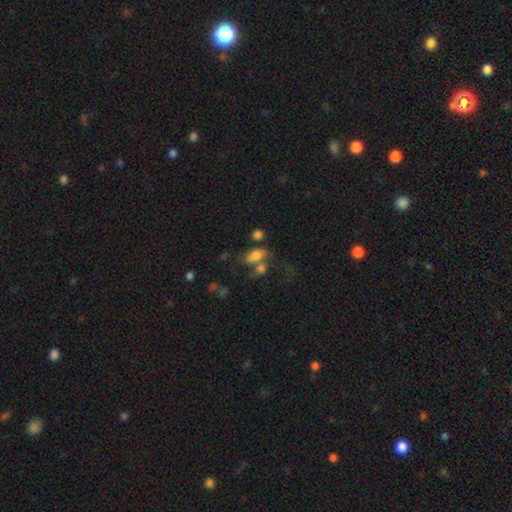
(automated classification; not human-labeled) Smooth or featured? Predicted: smooth (p=0.72). How rounded? Predicted: in between (p=0.86). Merging? Predicted: merger (p=0.42).